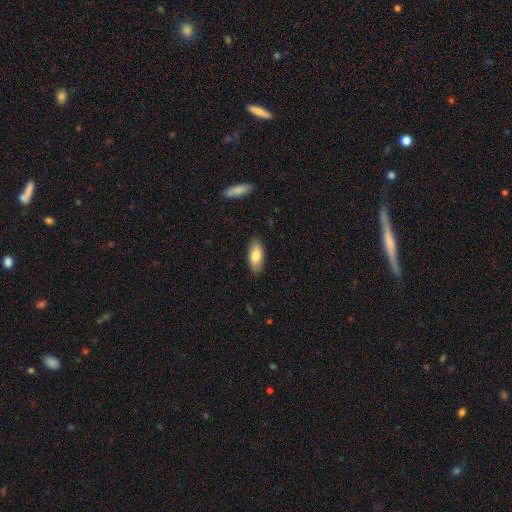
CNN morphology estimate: The model was most divided on "smooth or featured": smooth: 79%, featured or disk: 15%, star or artifact: 6%. More confident: how rounded — in between (86%); merging — none (86%).